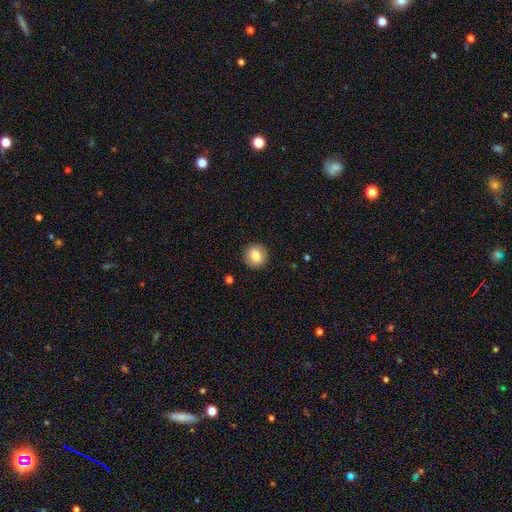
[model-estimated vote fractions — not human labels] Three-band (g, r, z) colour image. It shows a smooth galaxy with no disk features (82%) that is round (86%). Merging: none (89%).